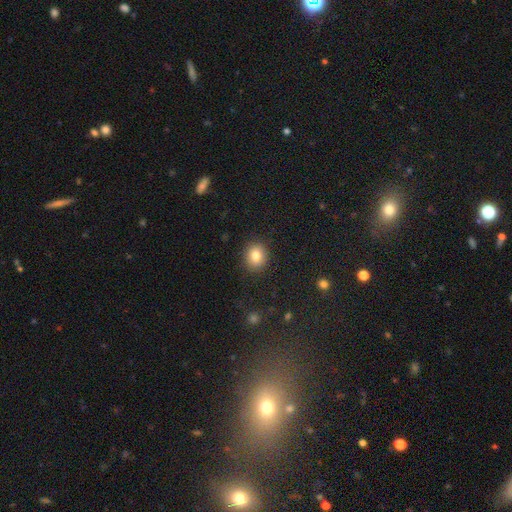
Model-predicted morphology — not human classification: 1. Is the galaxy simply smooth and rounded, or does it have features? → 82% smooth, 10% star or artifact, 8% featured or disk.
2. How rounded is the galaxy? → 74% round, 25% in between, 1% cigar-shaped.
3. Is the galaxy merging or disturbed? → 89% none, 8% minor disturbance, 2% major disturbance, 1% merger.